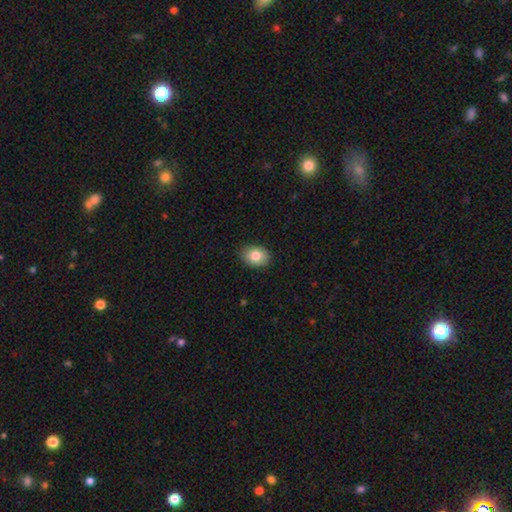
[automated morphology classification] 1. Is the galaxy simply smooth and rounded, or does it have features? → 83% smooth, 9% featured or disk, 8% star or artifact.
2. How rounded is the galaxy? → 67% in between, 32% round, 1% cigar-shaped.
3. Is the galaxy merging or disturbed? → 87% none, 10% minor disturbance, 2% major disturbance, 1% merger.